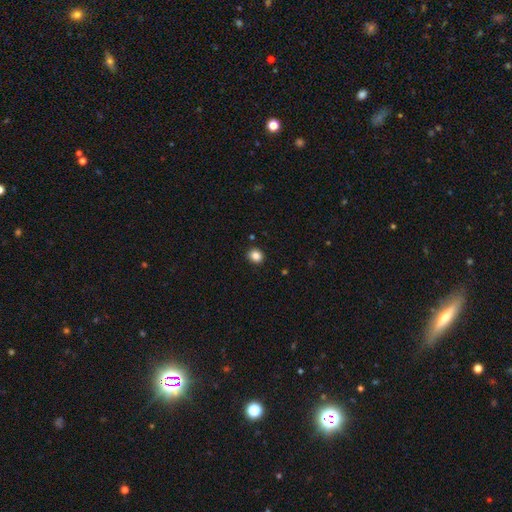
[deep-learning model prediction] Smooth or featured?
  - smooth: 86% *
  - star or artifact: 10%
  - featured or disk: 4%
How rounded?
  - round: 76% *
  - in between: 23%
  - cigar-shaped: 1%
Merging?
  - none: 91% *
  - minor disturbance: 6%
  - major disturbance: 2%
  - merger: 1%